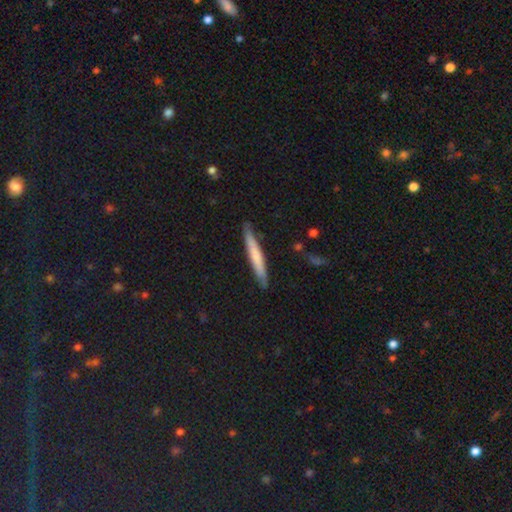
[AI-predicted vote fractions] Smooth or featured: smooth — 62% (featured or disk — 33%)
How rounded: cigar-shaped — 95% (in between — 3%)
Merging: none — 86% (minor disturbance — 11%)